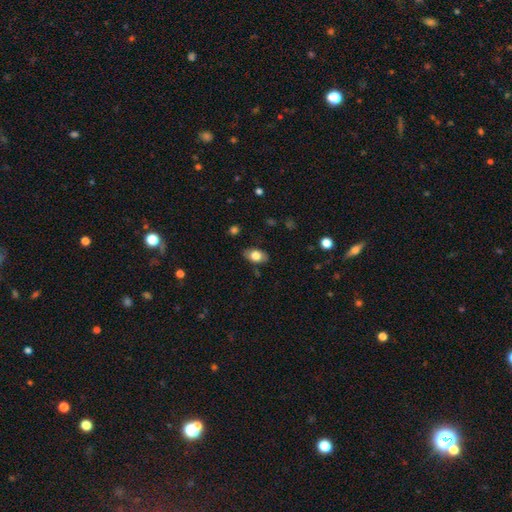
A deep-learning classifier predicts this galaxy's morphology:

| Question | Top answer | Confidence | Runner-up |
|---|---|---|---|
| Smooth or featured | smooth | 77% | featured or disk (15%) |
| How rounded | in between | 88% | round (10%) |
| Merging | none | 83% | minor disturbance (13%) |